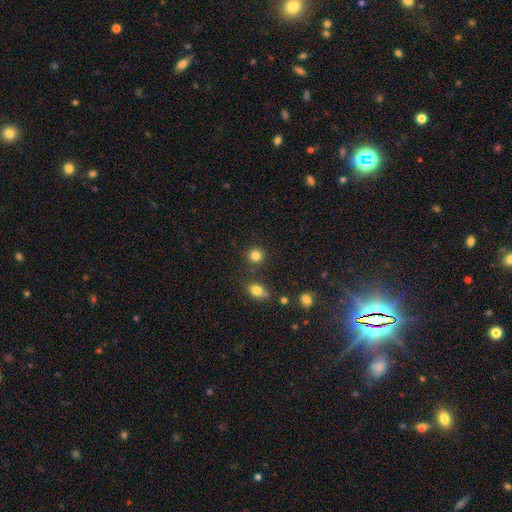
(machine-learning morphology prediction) A smooth galaxy with no disk features (84%) that is round (89%). Merging: none (84%).